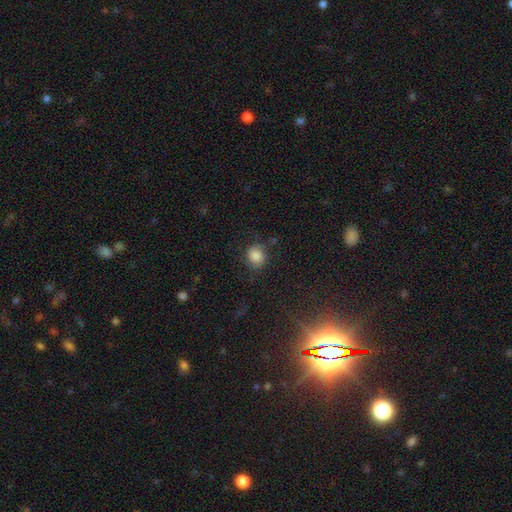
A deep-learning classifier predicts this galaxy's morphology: A smooth galaxy with no disk features (80%) that is round (71%). Merging: none (68%).